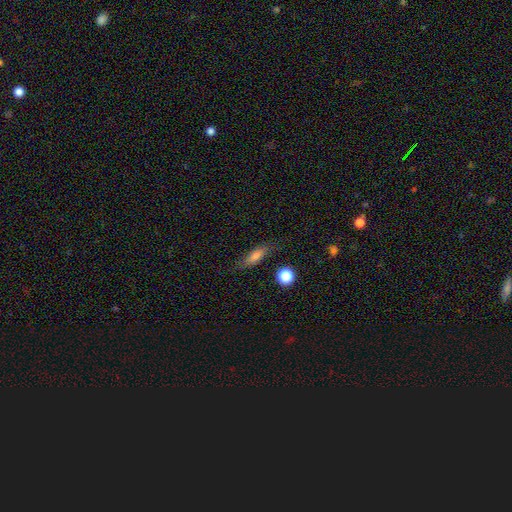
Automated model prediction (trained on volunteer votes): Smooth or featured: smooth — 66% (featured or disk — 24%)
How rounded: cigar-shaped — 56% (in between — 39%)
Merging: none — 77% (minor disturbance — 16%)